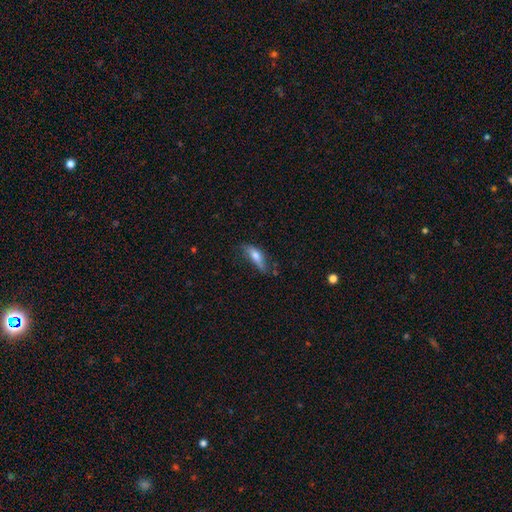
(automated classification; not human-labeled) The model was most divided on "how rounded": in between: 53%, cigar-shaped: 44%, round: 3%. More confident: smooth or featured — smooth (67%); merging — none (51%).